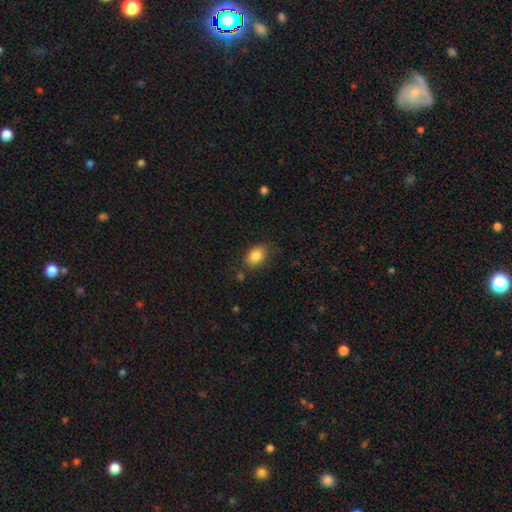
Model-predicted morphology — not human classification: A smooth galaxy with no disk features (85%) that is in between round and cigar-shaped (74%). Merging: none (73%).